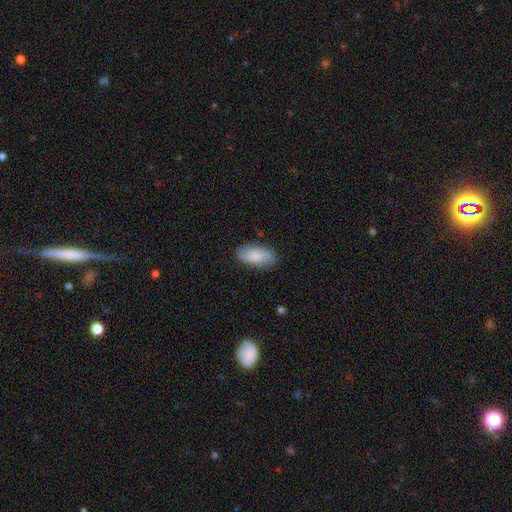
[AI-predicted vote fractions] The model was most divided on "smooth or featured": smooth: 73%, featured or disk: 20%, star or artifact: 6%. More confident: how rounded — in between (92%); merging — none (81%).